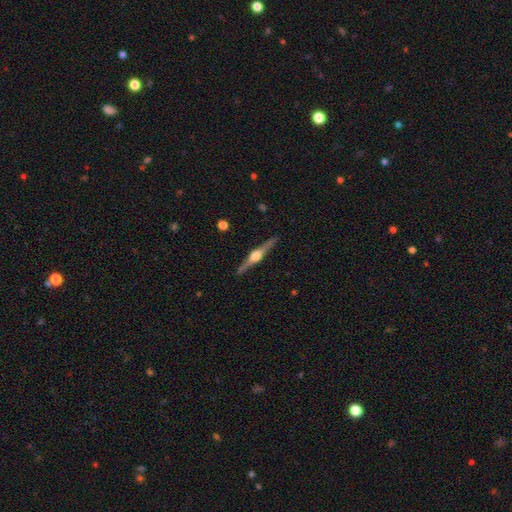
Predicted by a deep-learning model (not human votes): Smooth or featured: featured or disk — 84% (smooth — 11%)
Edge-on disk: yes — 98% (no — 2%)
Edge-on bulge: rounded — 94% (boxy — 4%)
Merging: none — 91% (minor disturbance — 6%)